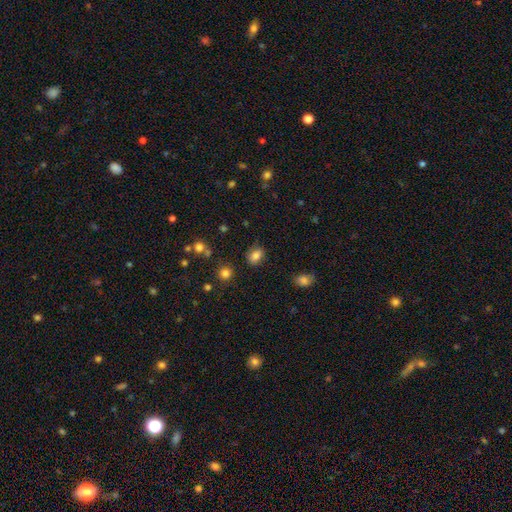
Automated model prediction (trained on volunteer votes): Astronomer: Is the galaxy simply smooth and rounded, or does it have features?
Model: smooth — 82%.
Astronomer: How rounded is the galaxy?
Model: in between — 71%.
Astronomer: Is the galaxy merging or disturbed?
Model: none — 78%.